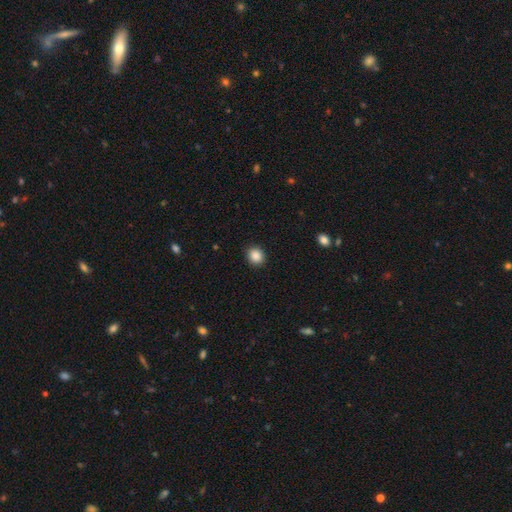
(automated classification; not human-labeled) Smooth or featured?
  - smooth: 88% *
  - star or artifact: 9%
  - featured or disk: 3%
How rounded?
  - round: 76% *
  - in between: 23%
  - cigar-shaped: 1%
Merging?
  - none: 91% *
  - minor disturbance: 6%
  - major disturbance: 2%
  - merger: 1%